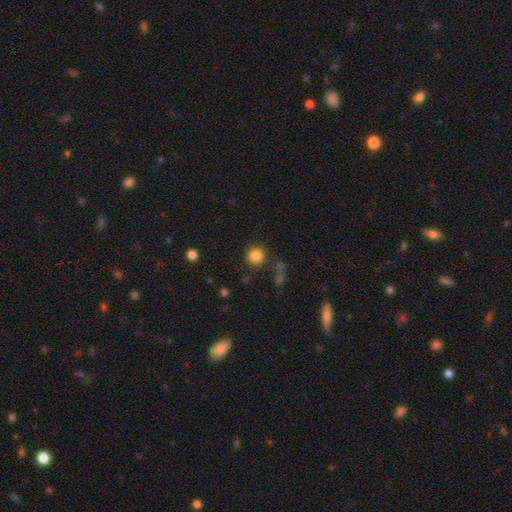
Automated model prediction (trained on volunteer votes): Smooth or featured? Predicted: smooth (p=0.84). How rounded? Predicted: round (p=0.93). Merging? Predicted: none (p=0.84).